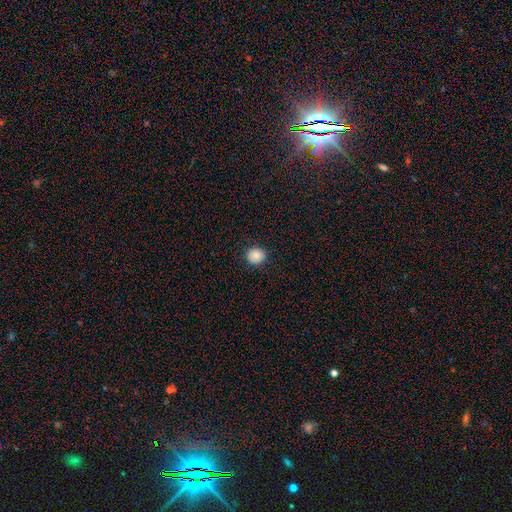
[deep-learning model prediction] smooth 85%, star or artifact 9%, featured or disk 6%. Down the decision tree: how rounded — round (87%); merging — none (89%).